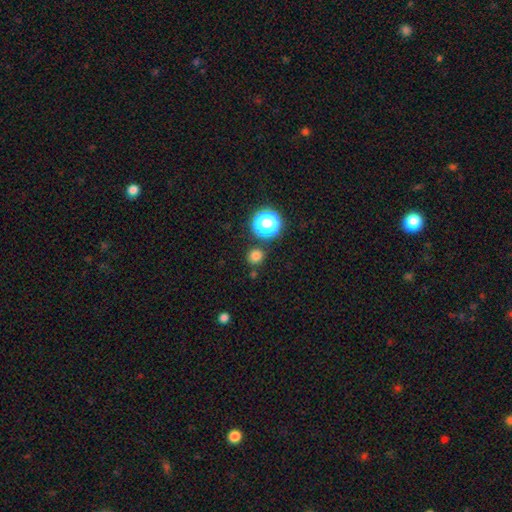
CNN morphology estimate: smooth-or-featured: smooth: 77% | star or artifact: 19% | featured or disk: 5%
  how-rounded: round: 90% | in between: 9% | cigar-shaped: 1%
  merging: none: 84% | minor disturbance: 8% | merger: 6% | major disturbance: 3%